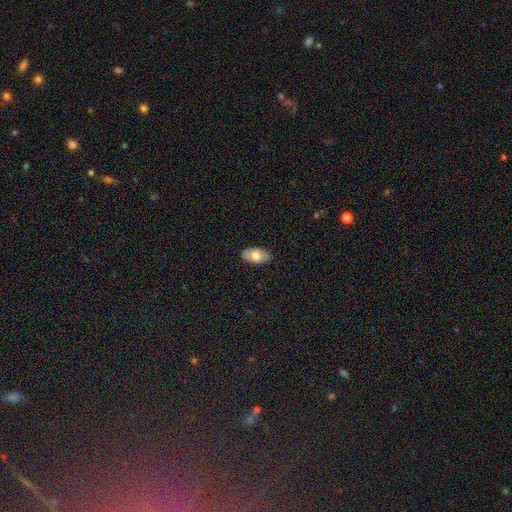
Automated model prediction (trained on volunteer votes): Q: Smooth or featured?
A: smooth (69%); runner-up: featured or disk (25%)
Q: How rounded?
A: in between (93%); runner-up: round (5%)
Q: Merging?
A: none (87%); runner-up: minor disturbance (10%)